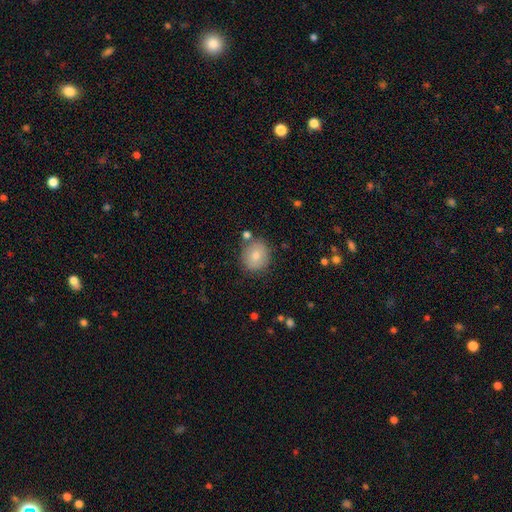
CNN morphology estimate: The model was most divided on "how rounded": round: 80%, in between: 19%, cigar-shaped: 1%. More confident: smooth or featured — smooth (78%); merging — none (77%).